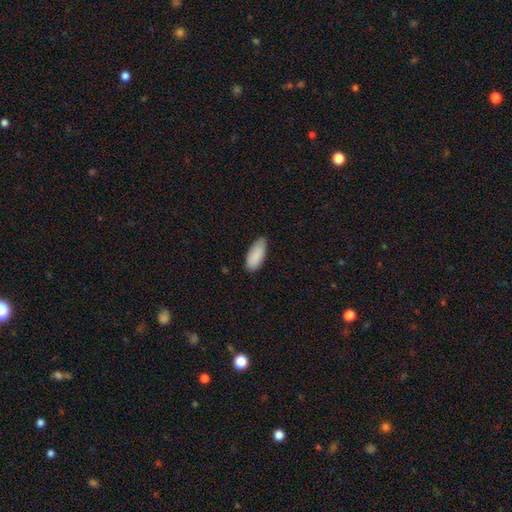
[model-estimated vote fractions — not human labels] Morphology: type=smooth (89%); roundness=in between (87%); merging=none (74%).